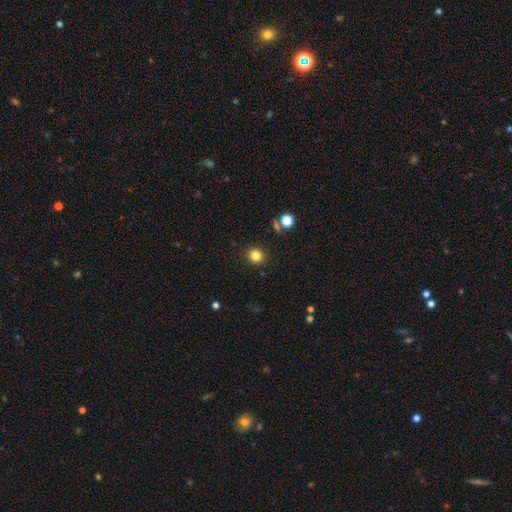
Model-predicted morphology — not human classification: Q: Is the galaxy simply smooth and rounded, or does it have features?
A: smooth — 82%.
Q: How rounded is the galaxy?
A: round — 86%.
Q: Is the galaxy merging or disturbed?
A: none — 90%.